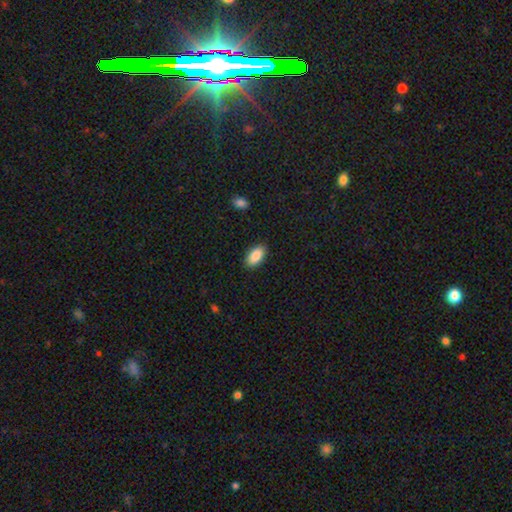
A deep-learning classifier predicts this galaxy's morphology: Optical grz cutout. It shows a smooth galaxy with no disk features (89%) that is in between round and cigar-shaped (94%). Merging: none (88%).